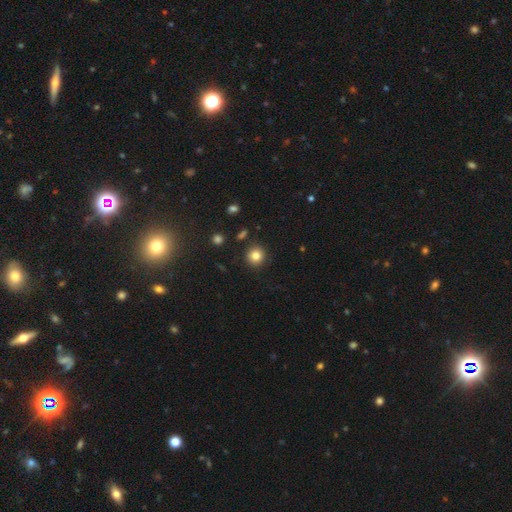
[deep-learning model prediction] Smooth or featured? smooth (82%)
How rounded? round (92%)
Merging? none (89%)